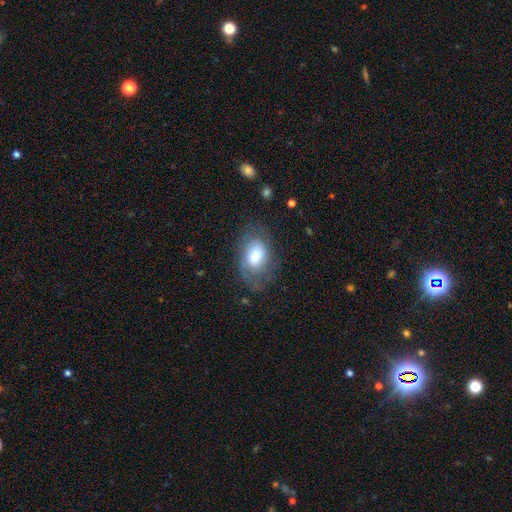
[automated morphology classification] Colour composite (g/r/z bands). It shows a smooth galaxy with no disk features (62%) that is in between round and cigar-shaped (86%). Merging: none (63%).